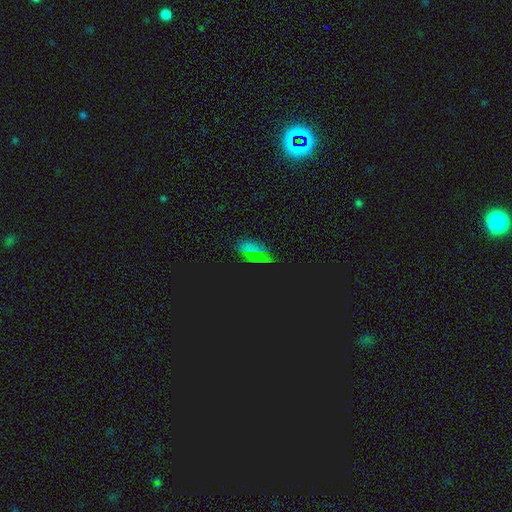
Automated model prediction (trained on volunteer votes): The model was most divided on "smooth or featured": star or artifact: 60%, smooth: 29%, featured or disk: 10%.